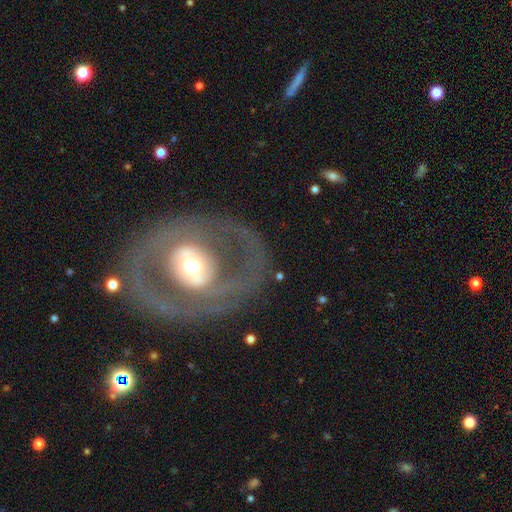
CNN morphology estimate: Smooth or featured? Predicted: featured or disk (p=0.74). Edge-on disk? Predicted: no (p=0.95). Bar? Predicted: no (p=0.52). Spiral arms? Predicted: no (p=0.53). Bulge size? Predicted: moderate (p=0.60). Merging? Predicted: none (p=0.76).